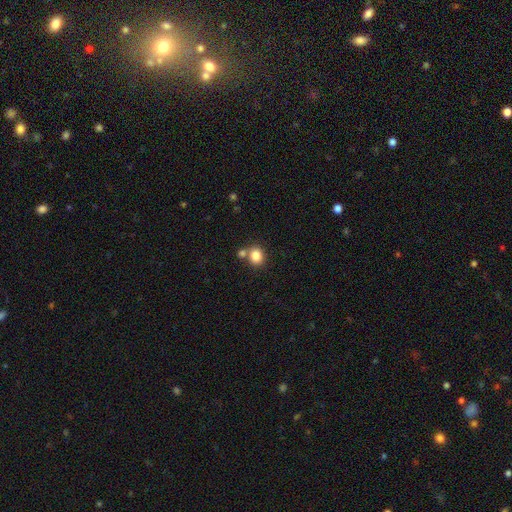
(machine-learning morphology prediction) Smooth or featured: smooth — 84% (star or artifact — 10%)
How rounded: round — 68% (in between — 31%)
Merging: none — 61% (merger — 26%)